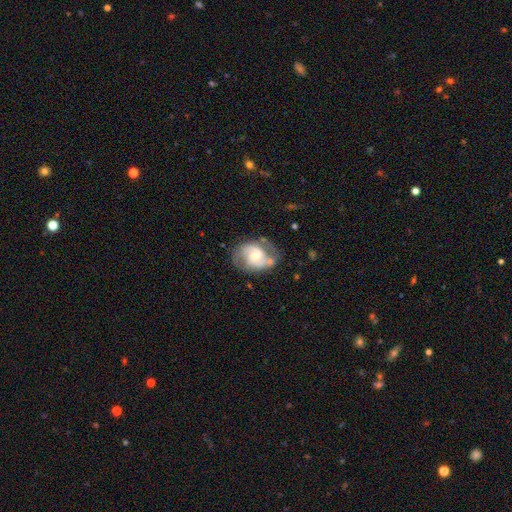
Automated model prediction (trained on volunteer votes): Smooth or featured?
  - featured or disk: 79% *
  - smooth: 15%
  - star or artifact: 6%
Edge-on disk?
  - no: 97% *
  - yes: 3%
Bar?
  - no: 47% *
  - weak: 43%
  - strong: 11%
Spiral arms?
  - yes: 92% *
  - no: 8%
Spiral winding?
  - medium: 51% *
  - tight: 27%
  - loose: 21%
Spiral arm count?
  - 2: 84% *
  - can't tell: 8%
  - 1: 3%
  - 3: 2%
  - 4: 1%
  - more than 4: 1%
Bulge size?
  - small: 47% *
  - moderate: 45%
  - large: 4%
  - none: 2%
  - dominant: 1%
Merging?
  - none: 64% *
  - minor disturbance: 21%
  - major disturbance: 11%
  - merger: 4%